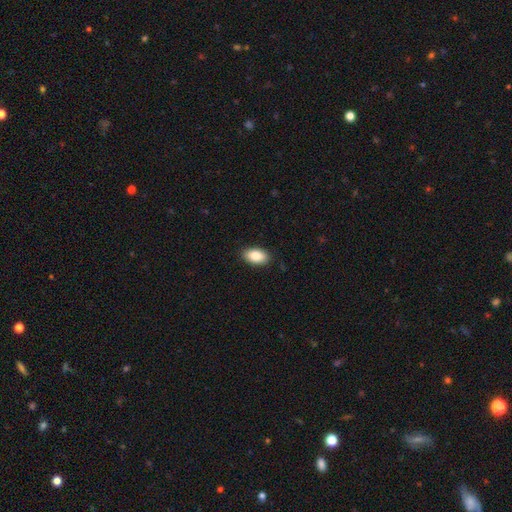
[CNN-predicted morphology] This is clearly a smooth galaxy (84%). How rounded: clearly in between (93%). Merging: clearly none (89%).